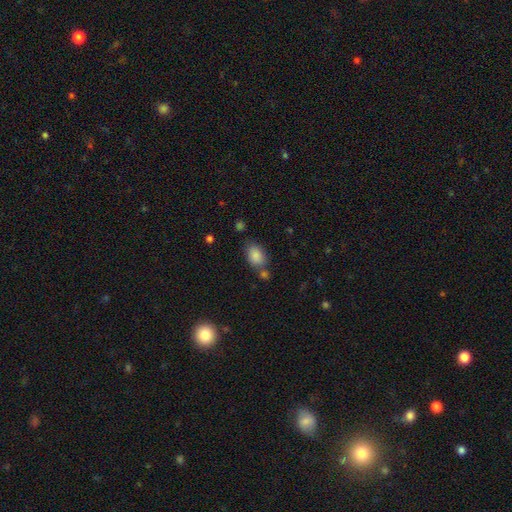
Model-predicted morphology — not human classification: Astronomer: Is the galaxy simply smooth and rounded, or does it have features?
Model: smooth — 85%.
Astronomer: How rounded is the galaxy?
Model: in between — 84%.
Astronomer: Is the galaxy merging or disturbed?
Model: none — 64%.